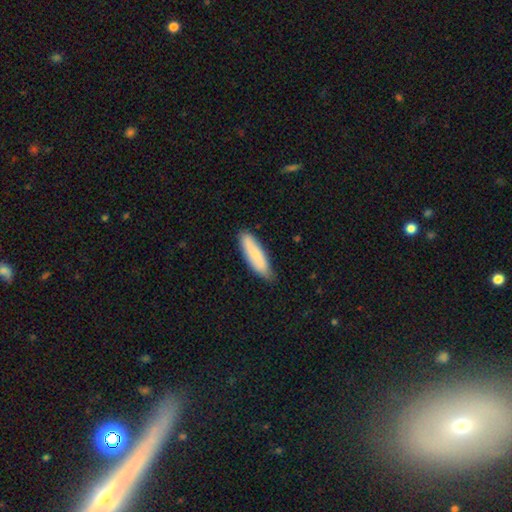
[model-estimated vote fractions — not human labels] Smooth or featured?
  - smooth: 75% *
  - featured or disk: 20%
  - star or artifact: 5%
How rounded?
  - cigar-shaped: 57% *
  - in between: 42%
  - round: 2%
Merging?
  - none: 80% *
  - minor disturbance: 17%
  - major disturbance: 2%
  - merger: 1%